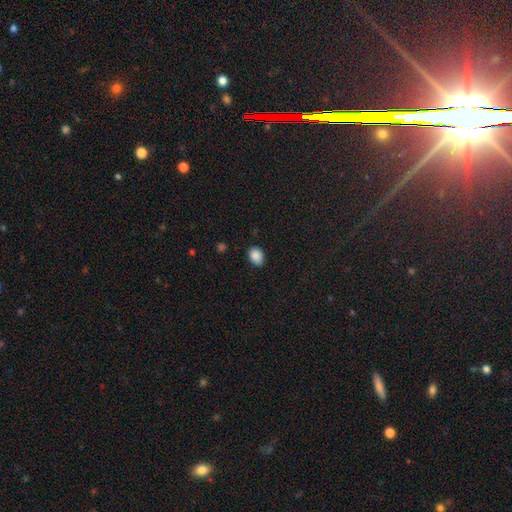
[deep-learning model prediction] Smooth or featured? smooth (88%)
How rounded? in between (78%)
Merging? none (82%)